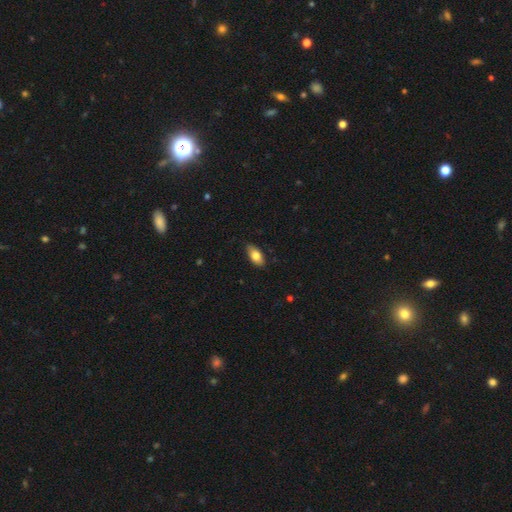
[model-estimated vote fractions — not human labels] The model was most divided on "smooth or featured": smooth: 79%, featured or disk: 14%, star or artifact: 6%. More confident: how rounded — in between (91%); merging — none (85%).